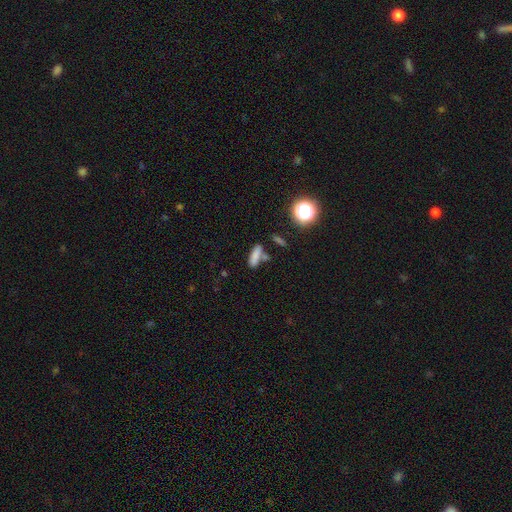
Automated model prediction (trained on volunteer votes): A smooth galaxy with no disk features (79%) that is in between round and cigar-shaped (49%).

Vote fractions:
- Smooth or featured? smooth: 79% / star or artifact: 12% / featured or disk: 9%
- How rounded? in between: 49% / cigar-shaped: 46% / round: 4%
- Merging? none: 61% / merger: 20% / minor disturbance: 14% / major disturbance: 5%